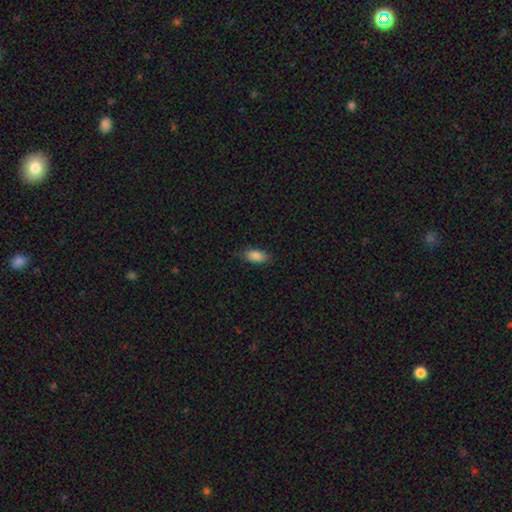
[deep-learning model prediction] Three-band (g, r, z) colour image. It shows a smooth galaxy with no disk features (87%) that is in between round and cigar-shaped (89%). Merging: none (83%).